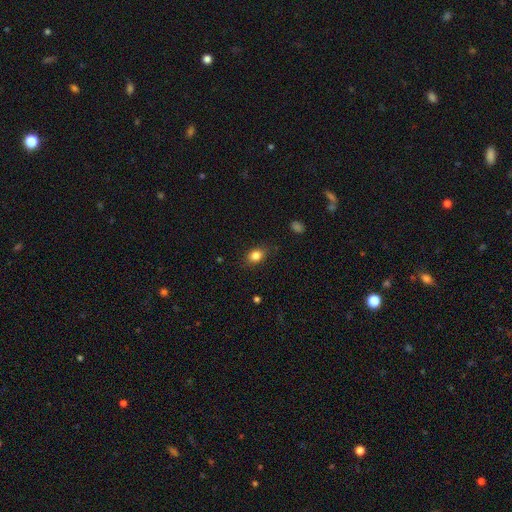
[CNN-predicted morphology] Overall: smooth (85%). How rounded: in between (70%). Merging: none (83%).